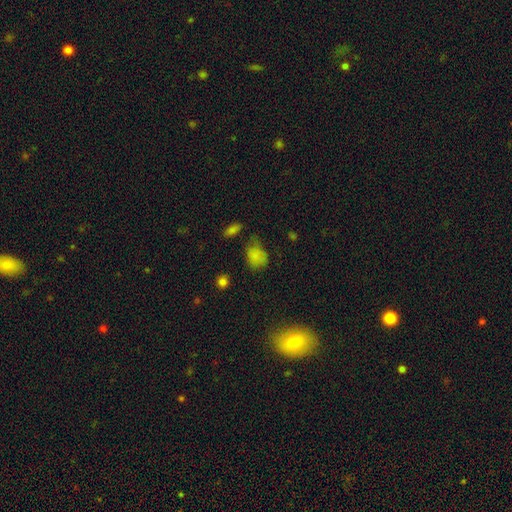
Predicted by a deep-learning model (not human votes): Overall: smooth (76%). How rounded: in between (60%; round 38%). Merging: none (49%; minor disturbance 32%).